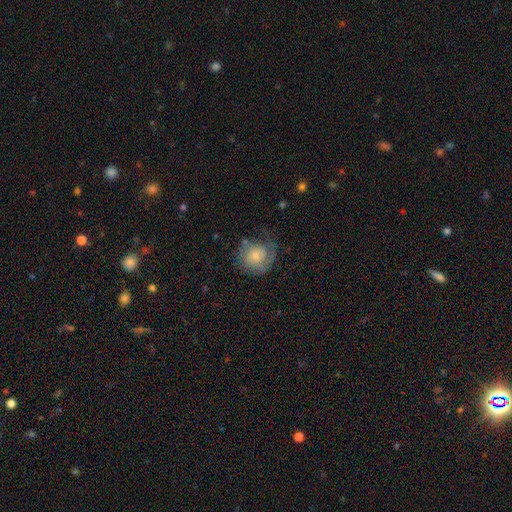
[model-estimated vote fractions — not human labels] This appears to be a smooth galaxy with no disk features (54%) that is round (79%). Merging: none (50%).